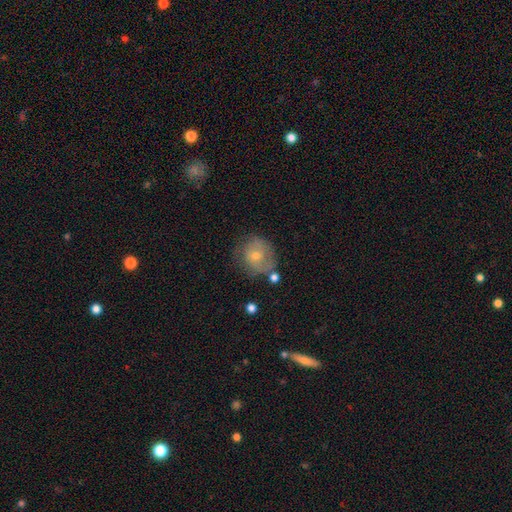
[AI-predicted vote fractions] This is possibly a smooth galaxy (46%). Merging: likely none (66%).